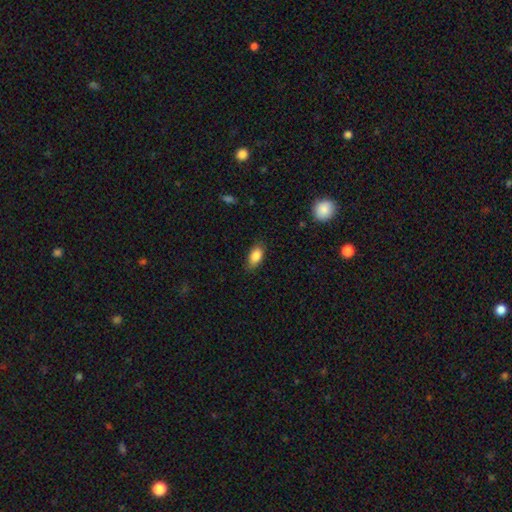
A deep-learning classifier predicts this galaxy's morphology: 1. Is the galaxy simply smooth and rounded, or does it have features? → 85% smooth, 8% featured or disk, 7% star or artifact.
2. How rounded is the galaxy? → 89% in between, 6% cigar-shaped, 5% round.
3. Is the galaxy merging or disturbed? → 82% none, 14% minor disturbance, 3% major disturbance, 1% merger.